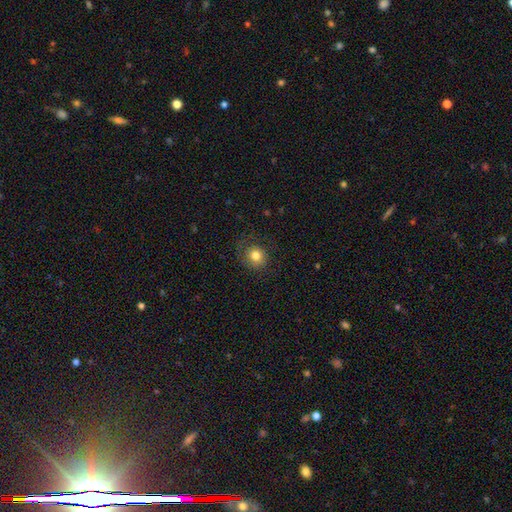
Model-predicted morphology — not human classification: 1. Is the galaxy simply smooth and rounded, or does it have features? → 78% smooth, 12% featured or disk, 10% star or artifact.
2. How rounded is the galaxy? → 80% round, 20% in between, 1% cigar-shaped.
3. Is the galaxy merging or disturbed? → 73% none, 16% minor disturbance, 10% major disturbance, 1% merger.